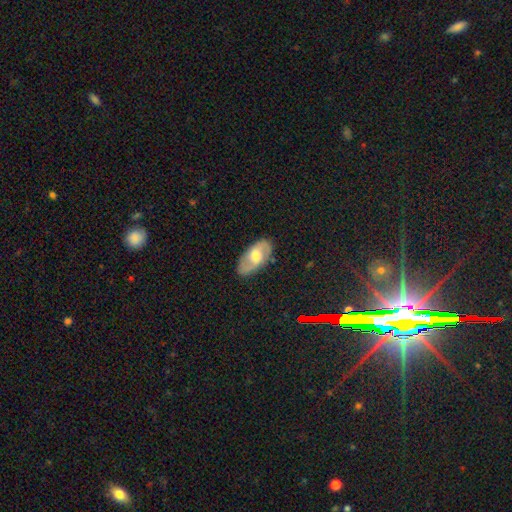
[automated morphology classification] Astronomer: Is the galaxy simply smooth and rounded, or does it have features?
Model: featured or disk — 60%.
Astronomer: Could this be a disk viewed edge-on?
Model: no — 91%.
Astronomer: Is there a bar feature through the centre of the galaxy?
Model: no — 48% (runner-up: weak, 42%).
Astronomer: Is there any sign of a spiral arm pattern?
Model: yes — 79%.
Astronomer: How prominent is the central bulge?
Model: moderate — 68%.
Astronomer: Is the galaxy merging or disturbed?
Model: none — 84%.